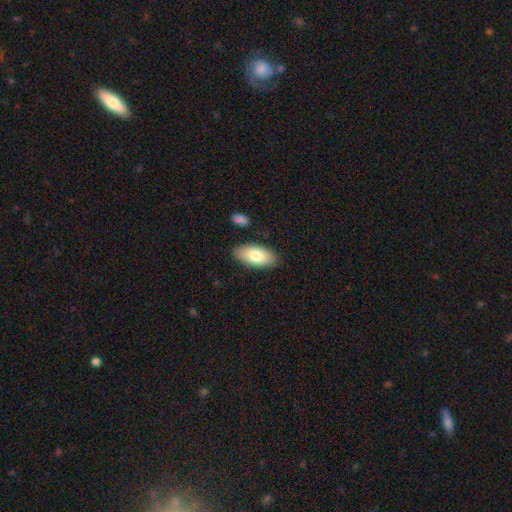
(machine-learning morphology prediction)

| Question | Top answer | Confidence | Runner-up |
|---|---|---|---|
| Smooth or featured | smooth | 78% | featured or disk (15%) |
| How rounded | in between | 91% | cigar-shaped (6%) |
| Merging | none | 85% | minor disturbance (10%) |